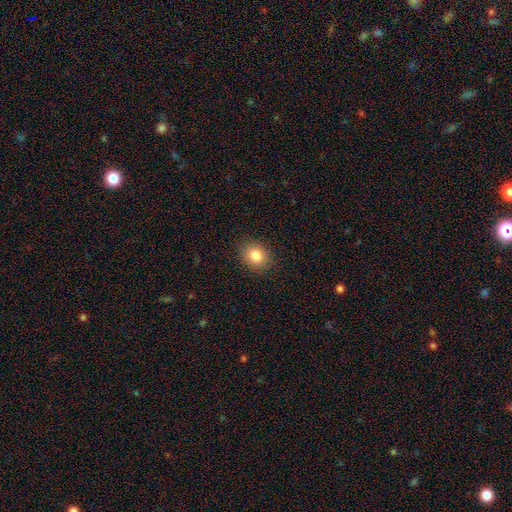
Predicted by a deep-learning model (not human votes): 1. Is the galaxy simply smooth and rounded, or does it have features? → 83% smooth, 10% star or artifact, 7% featured or disk.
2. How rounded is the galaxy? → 58% round, 41% in between, 1% cigar-shaped.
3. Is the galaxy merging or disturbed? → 88% none, 8% minor disturbance, 2% major disturbance, 1% merger.